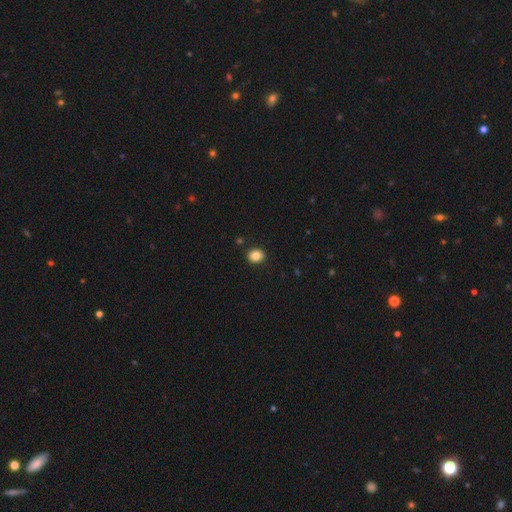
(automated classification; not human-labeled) Smooth or featured? smooth (85%)
How rounded? round (62%)
Merging? none (91%)